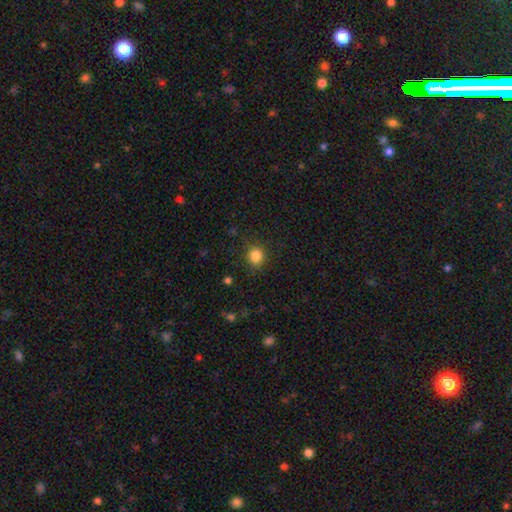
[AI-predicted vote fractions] A smooth galaxy with no disk features (84%) that is round (83%). Merging: none (85%).